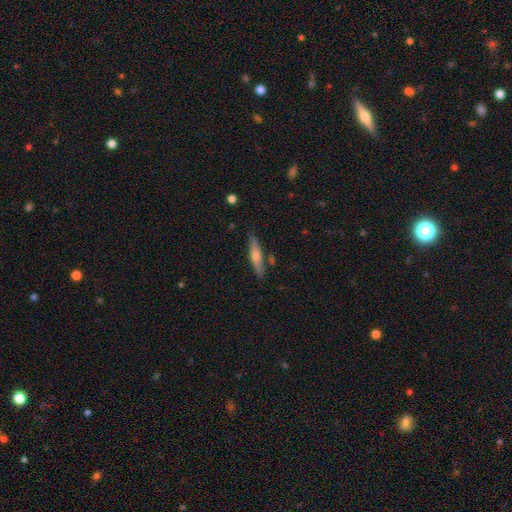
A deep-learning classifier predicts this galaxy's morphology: Smooth or featured? Predicted: featured or disk (p=0.49). Merging? Predicted: none (p=0.83).